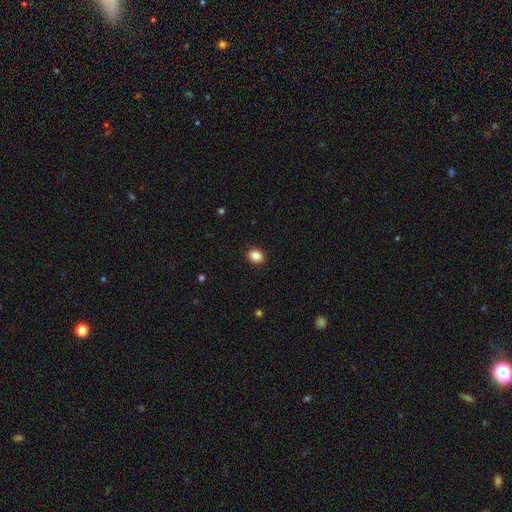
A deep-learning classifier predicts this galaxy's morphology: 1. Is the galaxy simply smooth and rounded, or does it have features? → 87% smooth, 9% star or artifact, 3% featured or disk.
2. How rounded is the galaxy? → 57% round, 42% in between, 1% cigar-shaped.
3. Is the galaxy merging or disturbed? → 91% none, 6% minor disturbance, 2% major disturbance, 1% merger.